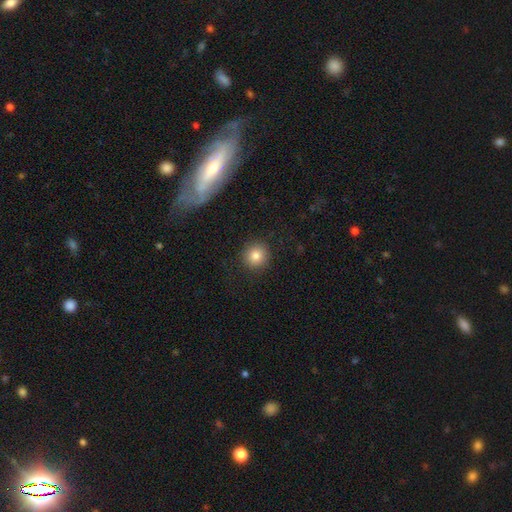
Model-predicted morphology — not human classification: type=smooth (82%); roundness=round (93%); merging=none (90%).